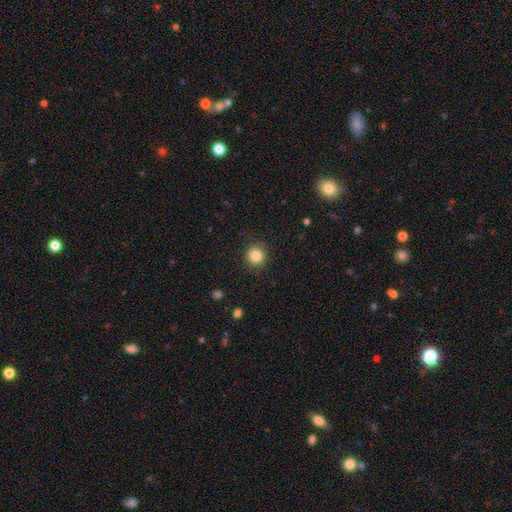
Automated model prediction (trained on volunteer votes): This is clearly a smooth galaxy (85%). How rounded: clearly round (92%). Merging: clearly none (90%).